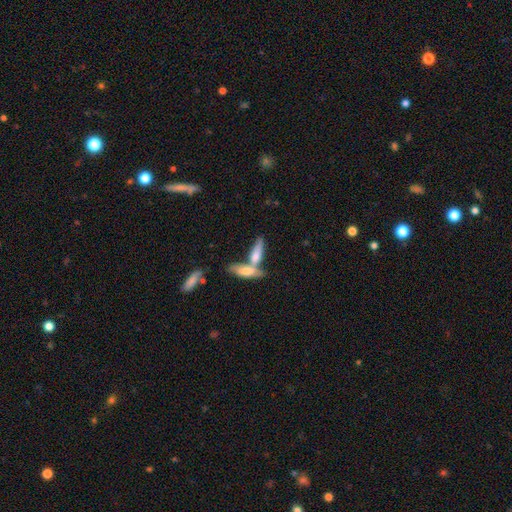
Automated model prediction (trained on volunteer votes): smooth-or-featured: smooth: 65% | featured or disk: 28% | star or artifact: 7%
  how-rounded: cigar-shaped: 50% | in between: 48% | round: 3%
  merging: merger: 57% | none: 31% | minor disturbance: 8% | major disturbance: 4%